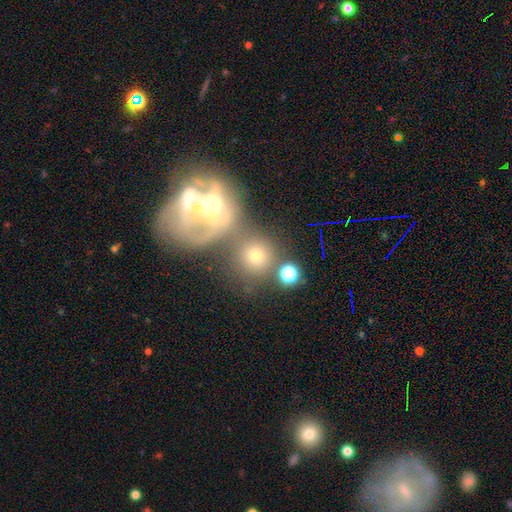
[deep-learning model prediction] The model was most divided on "merging": none: 45%, merger: 37%, minor disturbance: 10%, major disturbance: 8%. More confident: how rounded — round (82%); smooth or featured — smooth (56%).